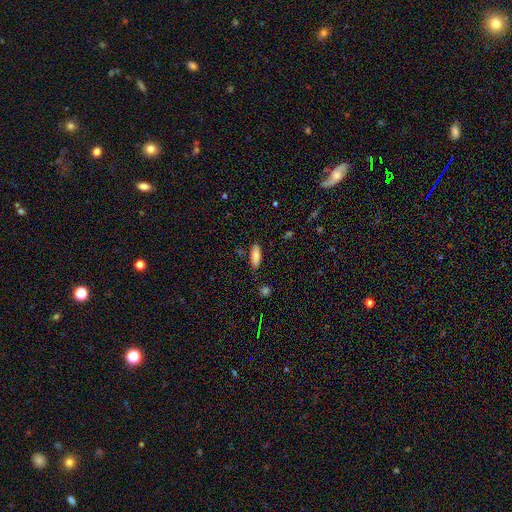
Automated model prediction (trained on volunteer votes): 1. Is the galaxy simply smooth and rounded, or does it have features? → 83% smooth, 9% featured or disk, 7% star or artifact.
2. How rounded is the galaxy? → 69% in between, 29% cigar-shaped, 2% round.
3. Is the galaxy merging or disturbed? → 78% none, 16% minor disturbance, 3% major disturbance, 3% merger.